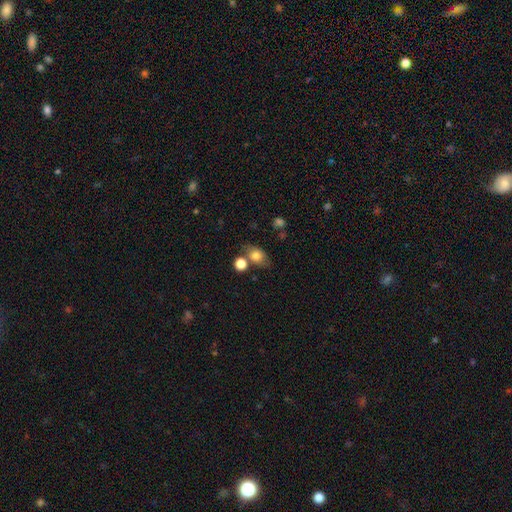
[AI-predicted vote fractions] Q: Smooth or featured?
A: smooth (77%); runner-up: featured or disk (13%)
Q: How rounded?
A: in between (63%); runner-up: round (35%)
Q: Merging?
A: none (60%); runner-up: merger (18%)